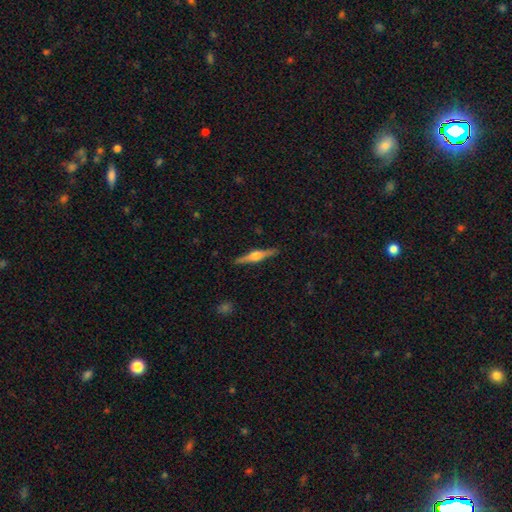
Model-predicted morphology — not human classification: A featured or disk galaxy (72%) viewed edge-on (98%) with a rounded central bulge (91%).

Vote fractions:
- Smooth or featured? featured or disk: 72% / smooth: 22% / star or artifact: 6%
- Edge-on disk? yes: 98% / no: 2%
- Edge-on bulge? rounded: 91% / boxy: 7% / none: 2%
- Merging? none: 91% / minor disturbance: 7% / major disturbance: 2% / merger: 1%